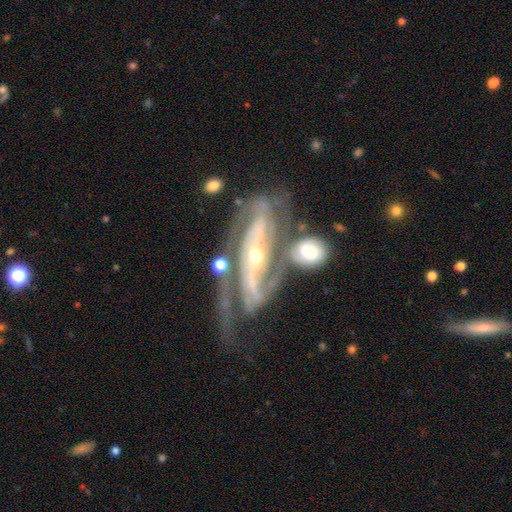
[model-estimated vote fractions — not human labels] A featured or disk galaxy (89%) with a strong bar (41%), 2 (70%) tight (46%) spiral arms (96%) and a small central bulge (64%).

Vote fractions:
- Smooth or featured? featured or disk: 89% / smooth: 5% / star or artifact: 5%
- Edge-on disk? no: 92% / yes: 8%
- Bar? strong: 41% / no: 36% / weak: 23%
- Spiral arms? yes: 96% / no: 4%
- Spiral winding? tight: 46% / medium: 41% / loose: 13%
- Spiral arm count? 2: 70% / can't tell: 11% / 3: 10% / 1: 4% / 4: 3% / more than 4: 2%
- Bulge size? small: 64% / moderate: 32% / large: 2% / none: 1% / dominant: 1%
- Merging? none: 45% / merger: 19% / minor disturbance: 19% / major disturbance: 17%